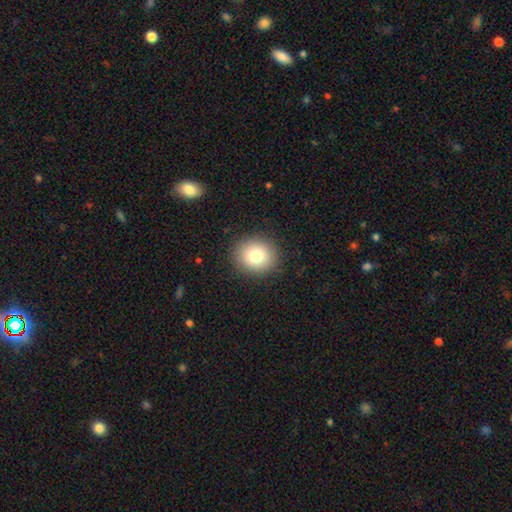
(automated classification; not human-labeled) A smooth galaxy with no disk features (78%) that is round (81%). Merging: none (89%).